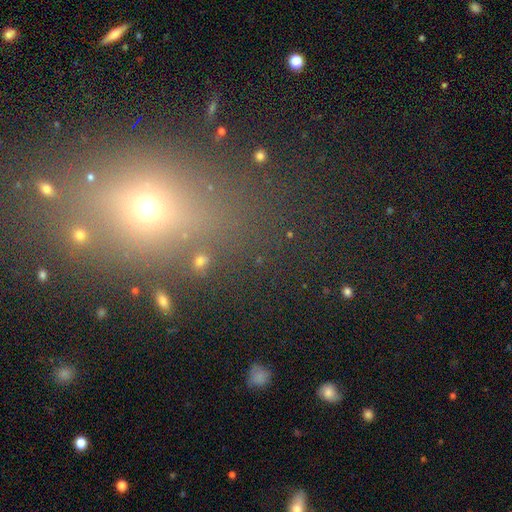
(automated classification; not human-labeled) This appears to be a smooth galaxy with no disk features (43%, tied with star or artifact). Merging: none (75%).